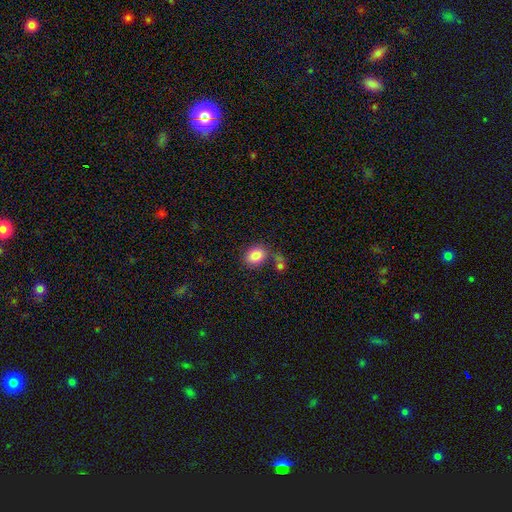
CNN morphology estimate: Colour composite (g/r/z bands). It shows a smooth galaxy with no disk features (85%) that is in between round and cigar-shaped (60%). Merging: none (67%).